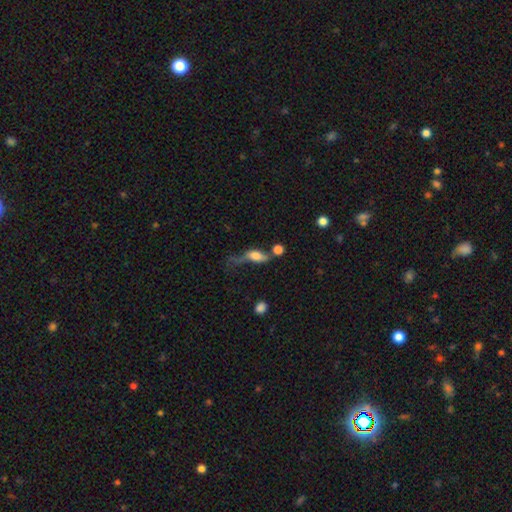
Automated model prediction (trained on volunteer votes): The model was most divided on "merging": major disturbance: 32%, none: 25%, merger: 24%, minor disturbance: 19%. More confident: how rounded — in between (68%); smooth or featured — smooth (57%).